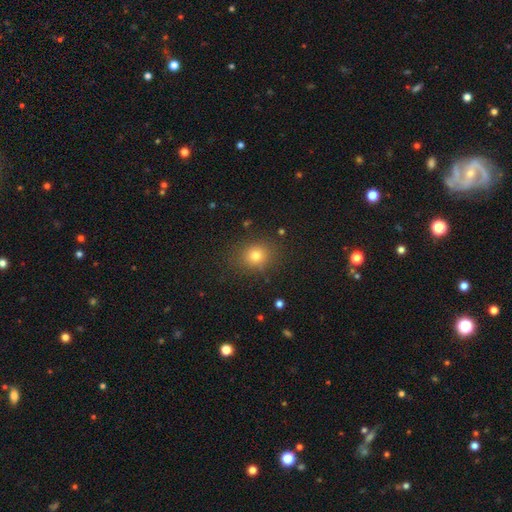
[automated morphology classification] A smooth galaxy with no disk features (78%) that is round (71%).

Vote fractions:
- Smooth or featured? smooth: 78% / star or artifact: 15% / featured or disk: 8%
- How rounded? round: 71% / in between: 28% / cigar-shaped: 1%
- Merging? none: 85% / minor disturbance: 10% / major disturbance: 4% / merger: 2%